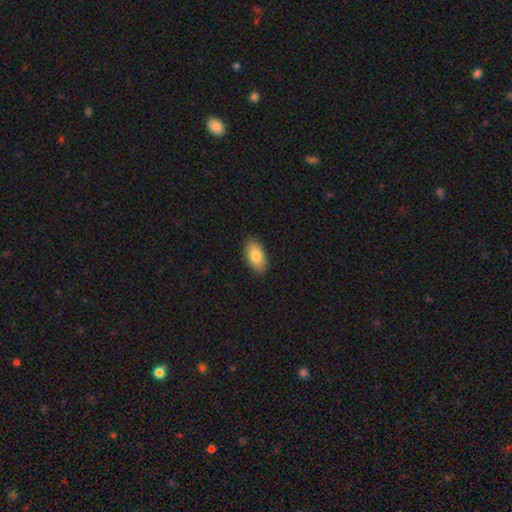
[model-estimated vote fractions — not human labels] Overall: smooth (82%). How rounded: in between (93%). Merging: none (88%).